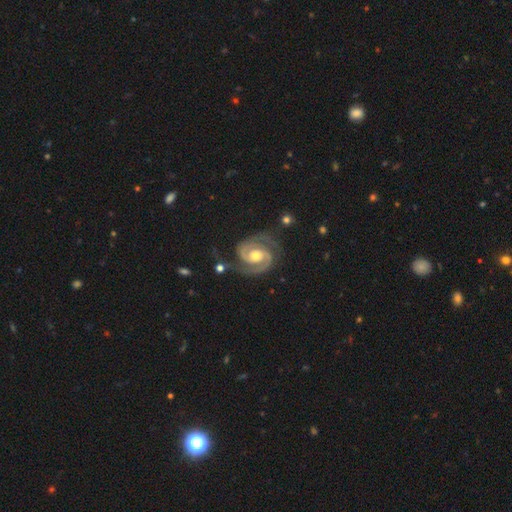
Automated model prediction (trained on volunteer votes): The model was most divided on "spiral winding" (2-way tie): tight: 47%, medium: 47%, loose: 6%. More confident: spiral arms — yes (99%); edge-on disk — no (98%); smooth or featured — featured or disk (93%); spiral arm count — 2 (93%); merging — none (75%); bulge size — moderate (71%); bar — no (51%).